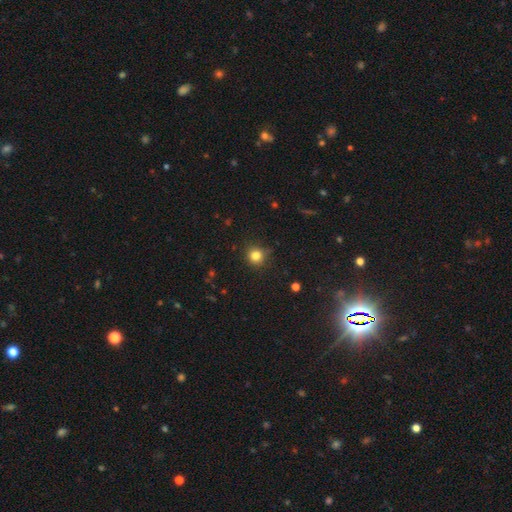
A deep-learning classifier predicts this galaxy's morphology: Smooth or featured? Predicted: smooth (p=0.82). How rounded? Predicted: round (p=0.91). Merging? Predicted: none (p=0.84).